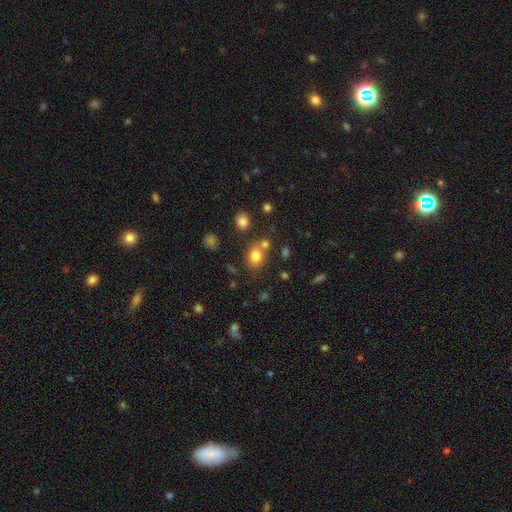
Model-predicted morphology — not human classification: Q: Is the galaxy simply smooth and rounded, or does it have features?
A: smooth — 79%.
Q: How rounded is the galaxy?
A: in between — 57%.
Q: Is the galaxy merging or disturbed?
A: none — 62%.